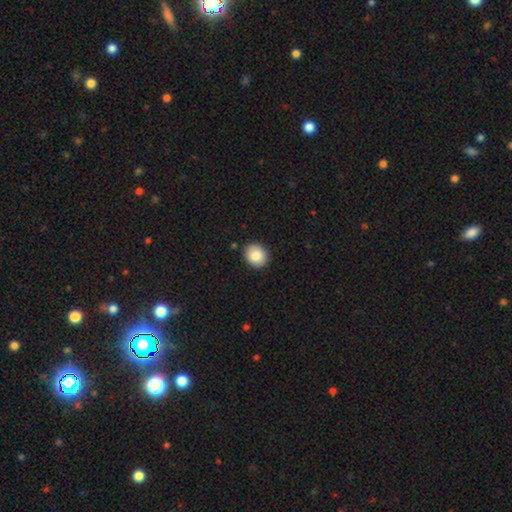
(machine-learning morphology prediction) Q: Smooth or featured?
A: smooth (85%); runner-up: star or artifact (8%)
Q: How rounded?
A: round (69%); runner-up: in between (30%)
Q: Merging?
A: none (89%); runner-up: minor disturbance (8%)